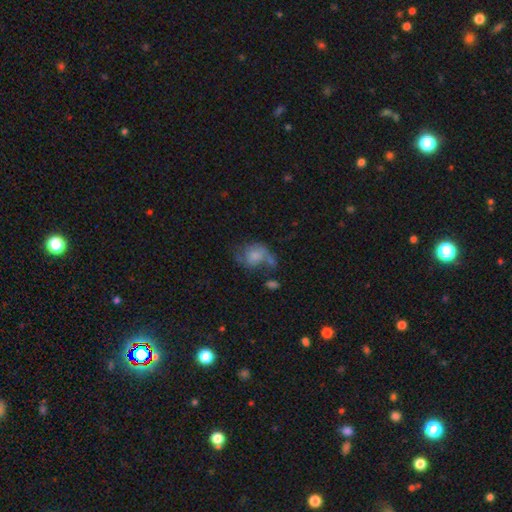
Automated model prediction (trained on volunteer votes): Overall: smooth (57%; featured or disk 33%). How rounded: in between (53%; round 46%). Merging: none (31%; major disturbance 28%).